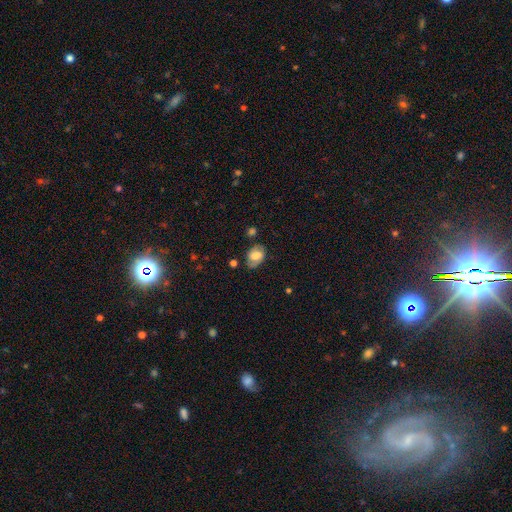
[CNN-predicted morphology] Overall: smooth (55%; featured or disk 36%). How rounded: in between (79%). Merging: none (63%; minor disturbance 24%).